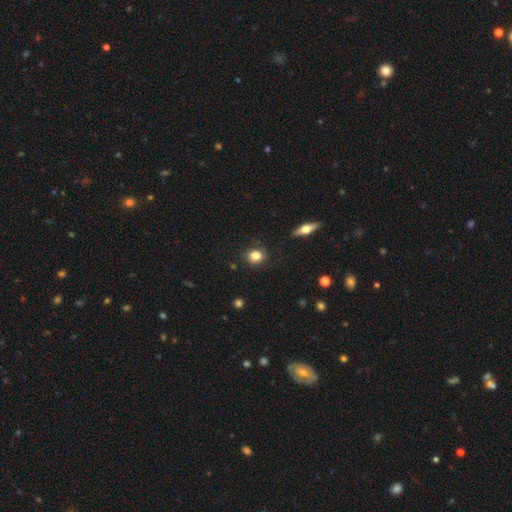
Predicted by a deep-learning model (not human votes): This is clearly a smooth galaxy (82%). How rounded: likely round (78%). Merging: clearly none (87%).